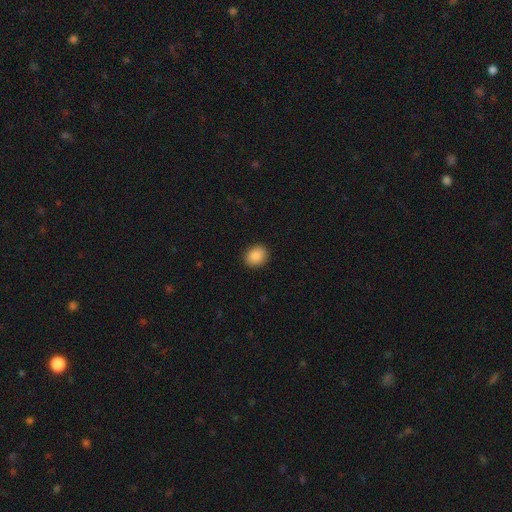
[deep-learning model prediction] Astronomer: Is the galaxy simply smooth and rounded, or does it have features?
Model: smooth — 89%.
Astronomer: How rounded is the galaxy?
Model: round — 60% (runner-up: in between, 39%).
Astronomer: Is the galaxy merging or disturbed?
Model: none — 90%.